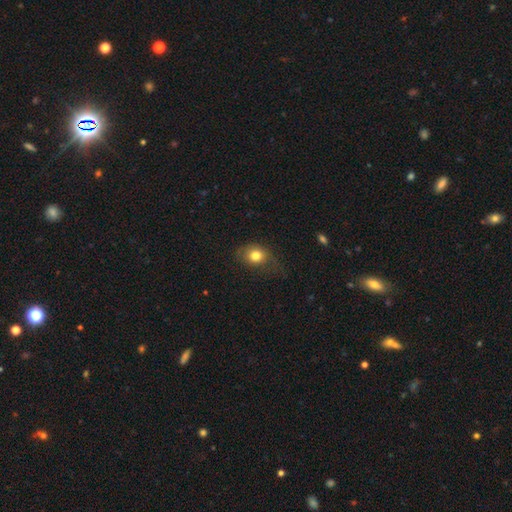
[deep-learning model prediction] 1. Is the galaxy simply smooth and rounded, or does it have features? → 79% smooth, 11% featured or disk, 10% star or artifact.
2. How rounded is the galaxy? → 57% round, 42% in between, 1% cigar-shaped.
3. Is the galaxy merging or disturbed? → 56% none, 27% minor disturbance, 16% major disturbance, 2% merger.